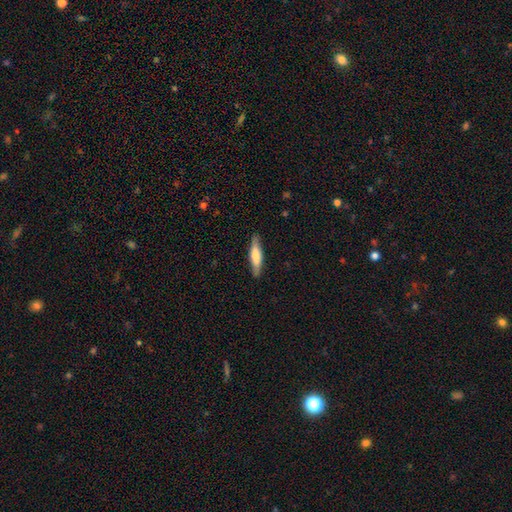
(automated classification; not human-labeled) This is likely a smooth galaxy (63%). How rounded: likely cigar-shaped (79%). Merging: clearly none (86%).